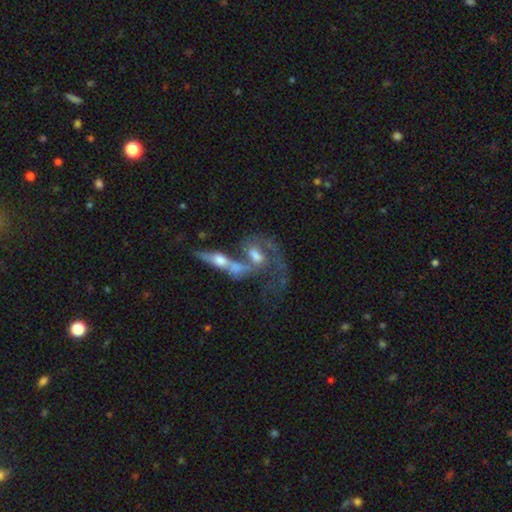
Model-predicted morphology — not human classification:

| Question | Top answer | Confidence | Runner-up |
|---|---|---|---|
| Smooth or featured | featured or disk | 71% | smooth (20%) |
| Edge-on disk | no | 81% | yes (19%) |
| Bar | no | 58% | weak (31%) |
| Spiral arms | yes | 67% | no (33%) |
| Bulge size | moderate | 52% | large (20%) |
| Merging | merger | 59% | none (16%) |